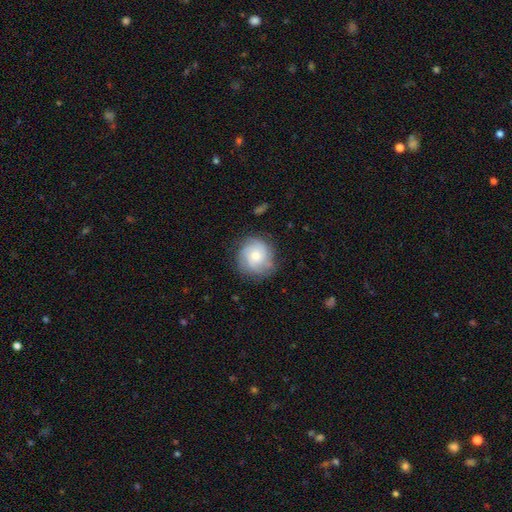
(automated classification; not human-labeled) A featured or disk galaxy (55%) with no bar (82%), spiral arms (86%) and a moderate central bulge (48%).

Vote fractions:
- Smooth or featured? featured or disk: 55% / smooth: 37% / star or artifact: 8%
- Edge-on disk? no: 98% / yes: 2%
- Bar? no: 82% / weak: 16% / strong: 2%
- Spiral arms? yes: 86% / no: 14%
- Bulge size? moderate: 48% / small: 46% / large: 3% / none: 1% / dominant: 1%
- Merging? none: 77% / minor disturbance: 16% / major disturbance: 6% / merger: 1%